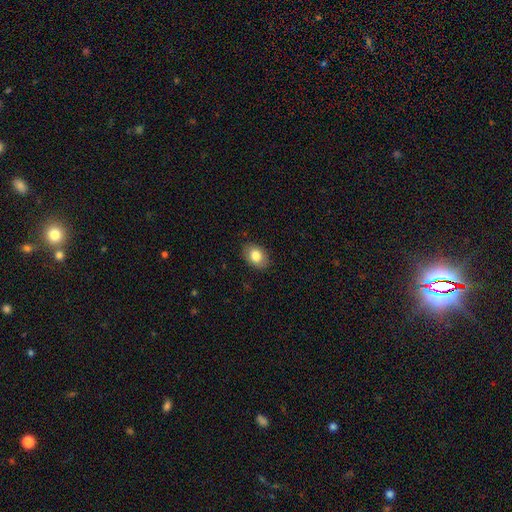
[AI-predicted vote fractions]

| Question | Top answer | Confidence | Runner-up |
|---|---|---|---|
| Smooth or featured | smooth | 81% | featured or disk (11%) |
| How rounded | in between | 79% | round (20%) |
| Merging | none | 86% | minor disturbance (11%) |